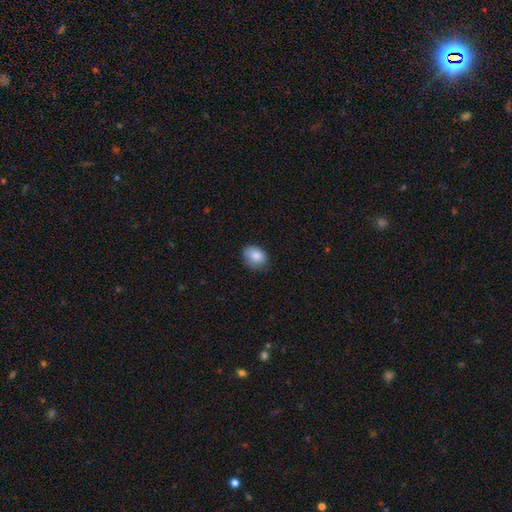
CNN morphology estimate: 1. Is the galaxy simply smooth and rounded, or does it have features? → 85% smooth, 8% star or artifact, 7% featured or disk.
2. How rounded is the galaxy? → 67% in between, 32% round, 1% cigar-shaped.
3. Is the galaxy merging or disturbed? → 77% none, 19% minor disturbance, 3% major disturbance, 1% merger.